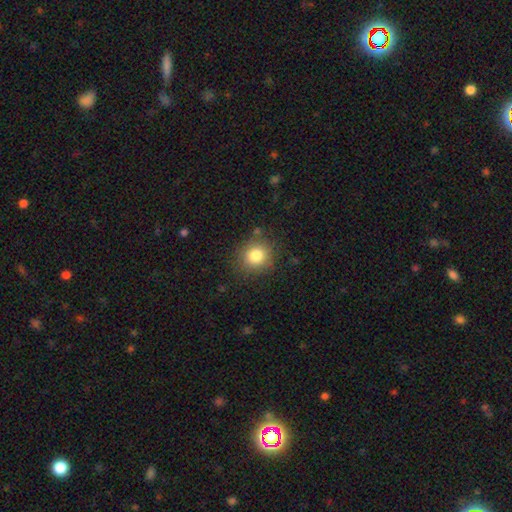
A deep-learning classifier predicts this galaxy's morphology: Q: Smooth or featured?
A: smooth (82%); runner-up: star or artifact (11%)
Q: How rounded?
A: round (86%); runner-up: in between (13%)
Q: Merging?
A: none (84%); runner-up: minor disturbance (10%)